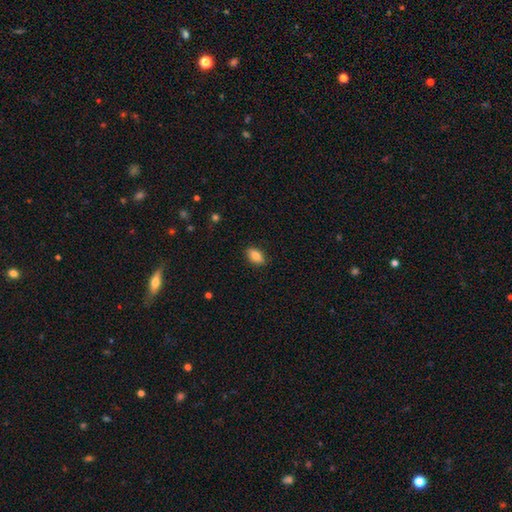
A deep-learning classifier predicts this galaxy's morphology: Smooth or featured?
  - smooth: 83% *
  - featured or disk: 9%
  - star or artifact: 8%
How rounded?
  - in between: 88% *
  - round: 8%
  - cigar-shaped: 4%
Merging?
  - none: 86% *
  - minor disturbance: 11%
  - major disturbance: 2%
  - merger: 1%